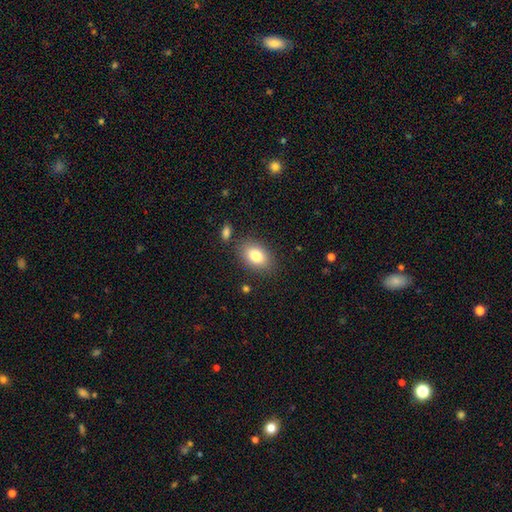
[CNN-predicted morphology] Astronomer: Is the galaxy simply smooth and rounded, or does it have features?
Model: smooth — 81%.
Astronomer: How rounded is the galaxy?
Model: in between — 84%.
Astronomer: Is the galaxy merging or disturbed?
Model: none — 82%.